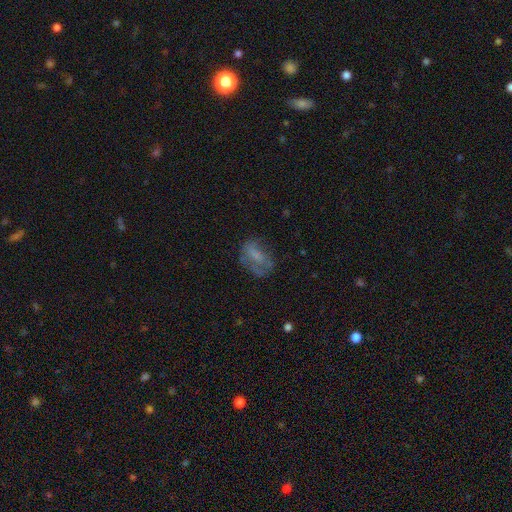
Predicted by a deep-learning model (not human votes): Smooth or featured: smooth — 50% (featured or disk — 37%)
How rounded: in between — 78% (round — 18%)
Merging: none — 45% (major disturbance — 26%)